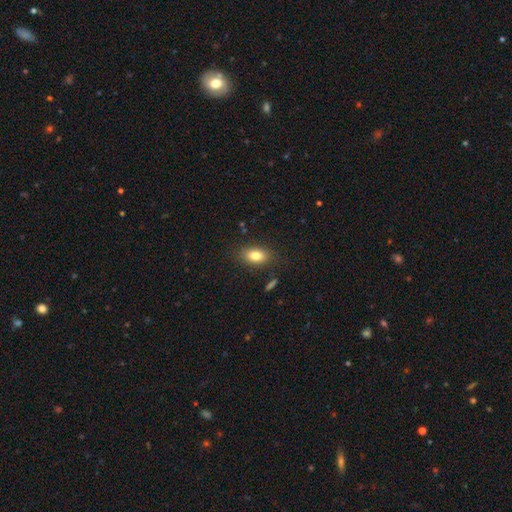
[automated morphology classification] smooth-or-featured: smooth: 81% | featured or disk: 10% | star or artifact: 9%
  how-rounded: in between: 84% | round: 12% | cigar-shaped: 3%
  merging: none: 82% | minor disturbance: 12% | major disturbance: 4% | merger: 2%